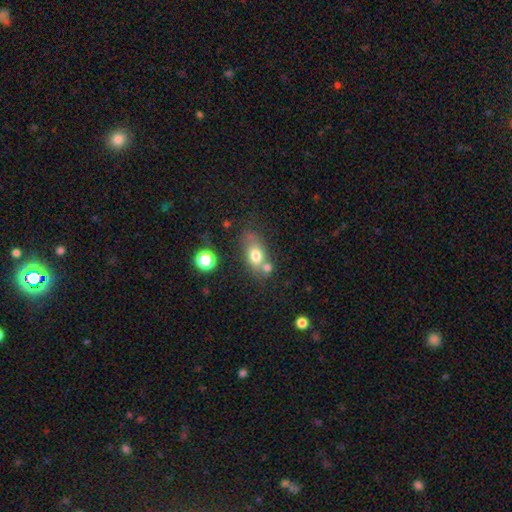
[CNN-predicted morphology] type=smooth (71%); roundness=in between (74%); merging=none (52%).